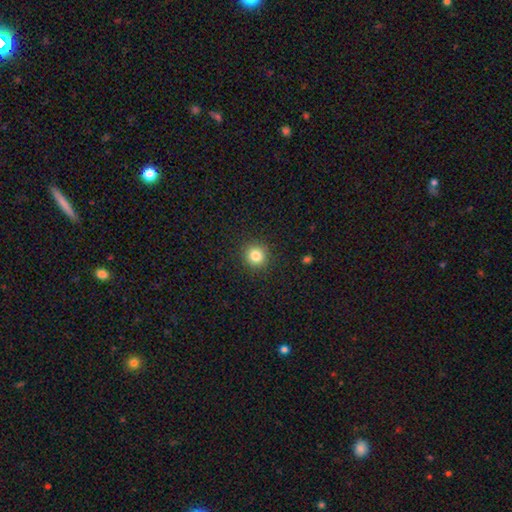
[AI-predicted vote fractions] Morphology: type=smooth (82%); roundness=round (92%); merging=none (91%).